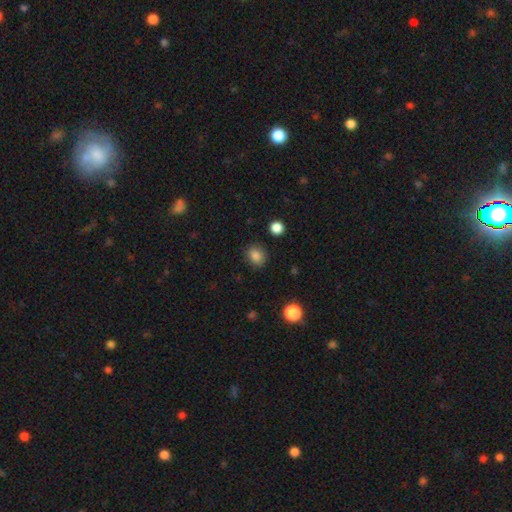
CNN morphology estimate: Overall: smooth (85%). How rounded: round (63%; in between 36%). Merging: none (87%).